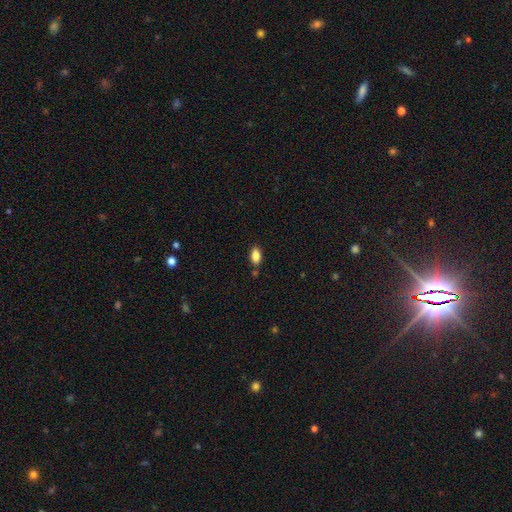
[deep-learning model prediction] smooth_or_featured: smooth (p=0.86) [alt: star or artifact p=0.08]
how_rounded: in between (p=0.91) [alt: cigar-shaped p=0.05]
merging: none (p=0.79) [alt: minor disturbance p=0.13]